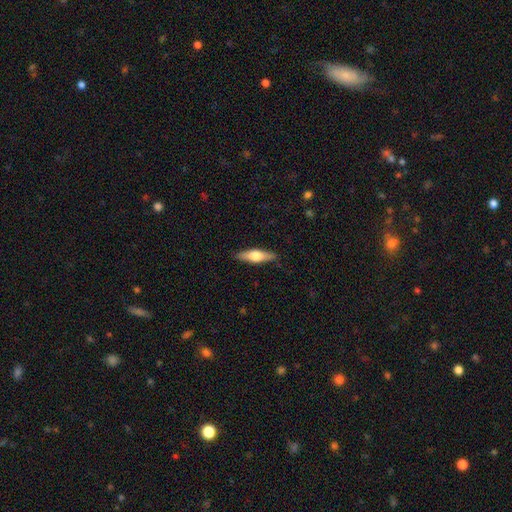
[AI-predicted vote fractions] Smooth or featured? Predicted: featured or disk (p=0.48). Merging? Predicted: none (p=0.89).